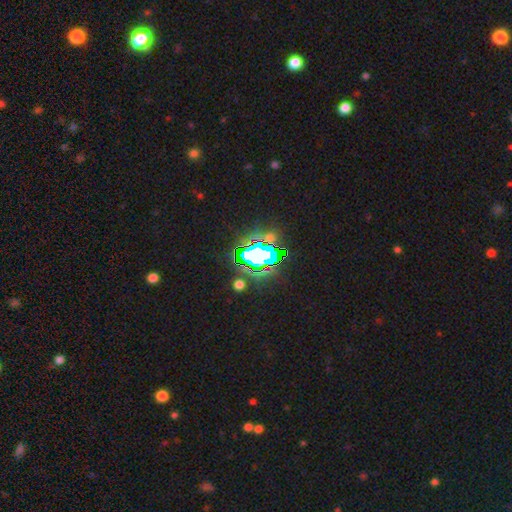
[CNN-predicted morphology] smooth-or-featured: star or artifact: 69% | smooth: 18% | featured or disk: 13%